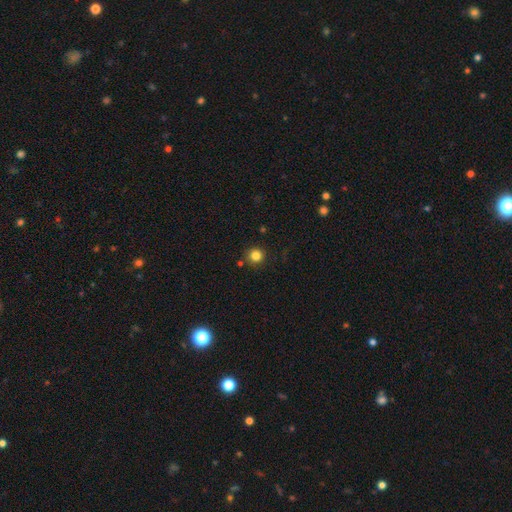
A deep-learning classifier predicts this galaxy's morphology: smooth 83%, star or artifact 12%, featured or disk 5%. Down the decision tree: how rounded — round (94%); merging — none (86%).